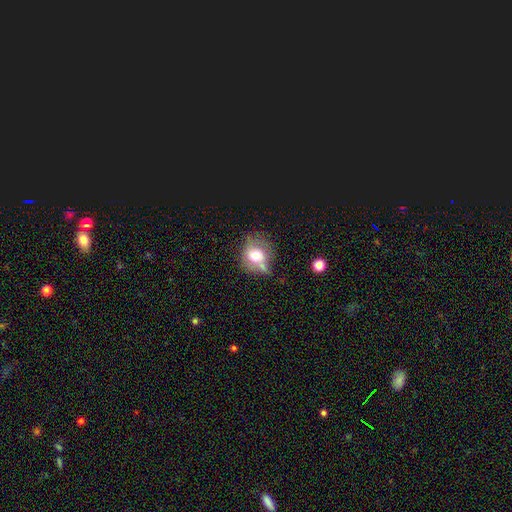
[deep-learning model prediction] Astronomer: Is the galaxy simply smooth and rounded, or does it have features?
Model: smooth — 63%.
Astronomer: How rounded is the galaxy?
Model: round — 73%.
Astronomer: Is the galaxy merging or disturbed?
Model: none — 45% (runner-up: minor disturbance, 24%).